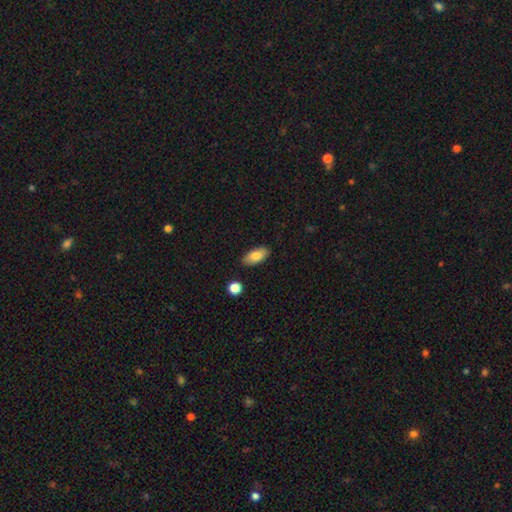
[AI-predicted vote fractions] Q: Smooth or featured?
A: smooth (82%); runner-up: featured or disk (11%)
Q: How rounded?
A: in between (90%); runner-up: cigar-shaped (7%)
Q: Merging?
A: none (86%); runner-up: minor disturbance (10%)